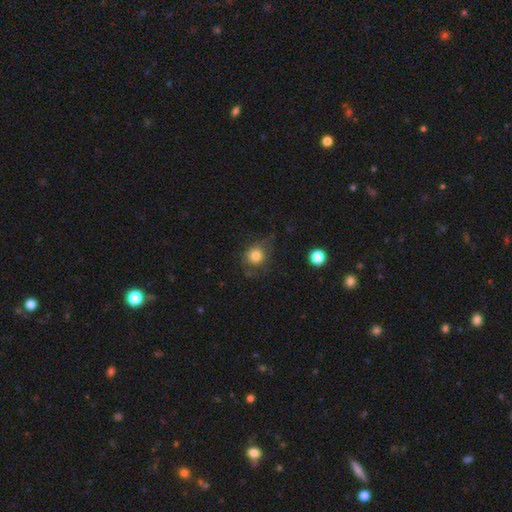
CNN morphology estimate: This appears to be a smooth galaxy with no disk features (74%) that is round (84%). Merging: none (55%).